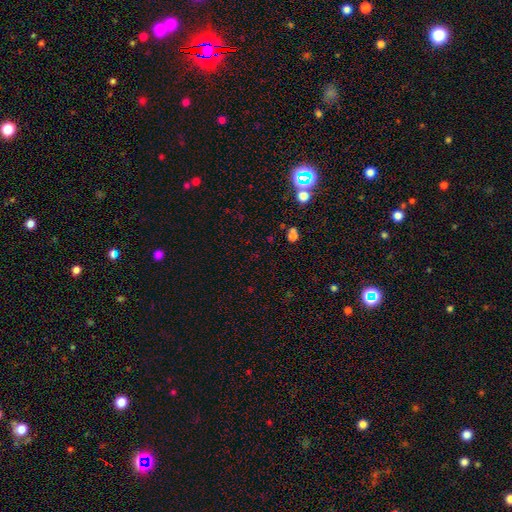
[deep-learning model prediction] star or artifact 56%, smooth 36%, featured or disk 8%.